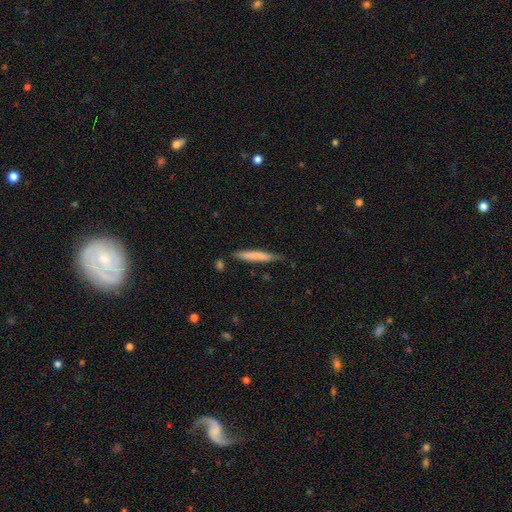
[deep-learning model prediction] Morphology: type=smooth (74%); roundness=cigar-shaped (95%); merging=none (76%).